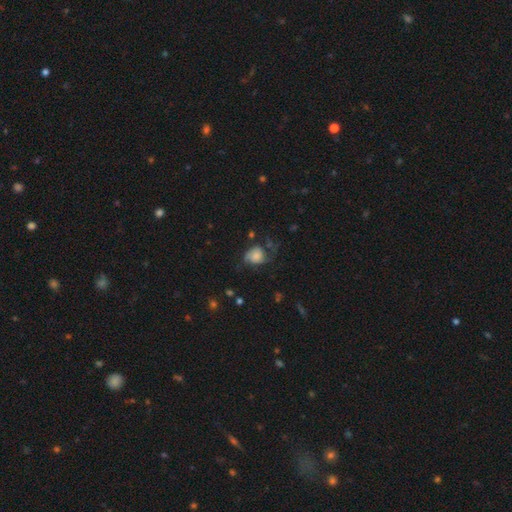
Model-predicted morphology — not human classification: This appears to be a smooth galaxy with no disk features (51%) that is round (53%). Merging: none (41%).